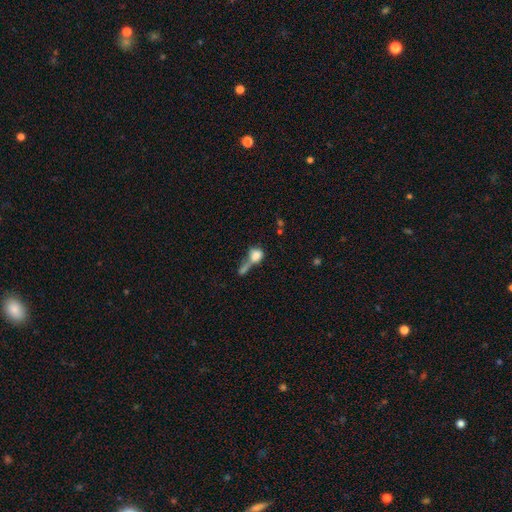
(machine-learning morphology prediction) smooth 71%, featured or disk 18%, star or artifact 11%. Down the decision tree: how rounded — round (53%); merging — merger (56%).